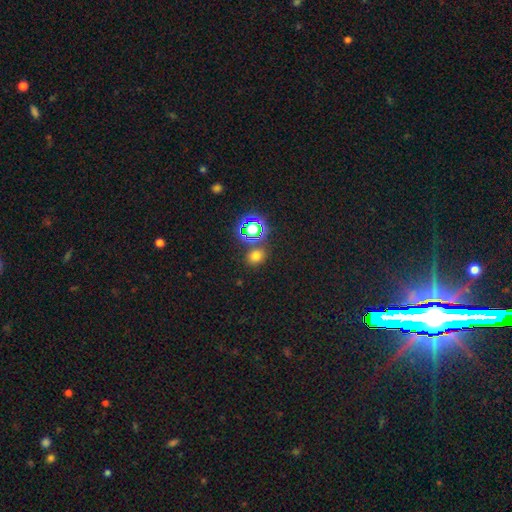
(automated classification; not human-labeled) This appears to be a smooth galaxy with no disk features (67%) that is round (63%). Merging: none (79%).